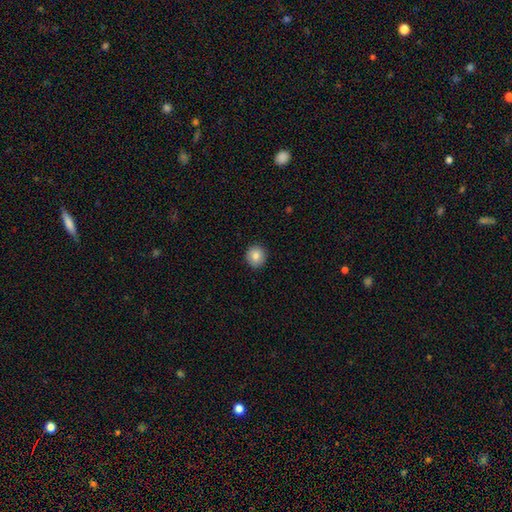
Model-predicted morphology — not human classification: A smooth galaxy with no disk features (84%) that is round (92%). Merging: none (91%).